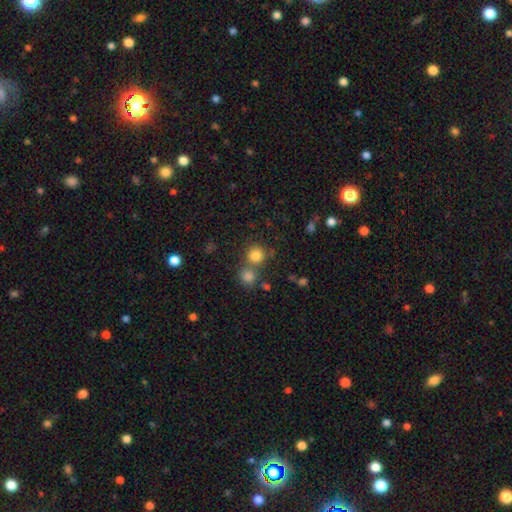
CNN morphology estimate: A smooth galaxy with no disk features (80%) that is round (91%). Merging: none (65%).